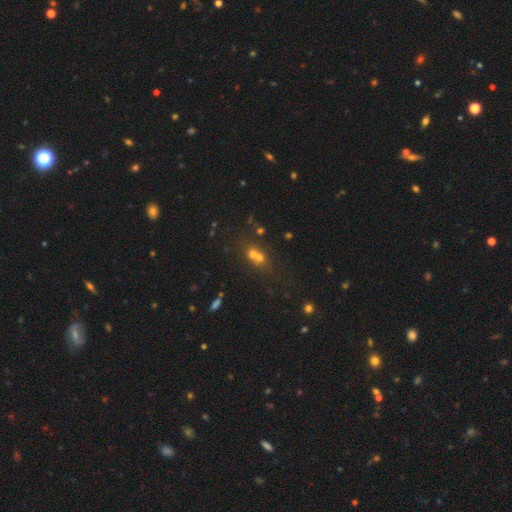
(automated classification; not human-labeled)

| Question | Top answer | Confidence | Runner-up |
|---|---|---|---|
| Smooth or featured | smooth | 57% | featured or disk (22%) |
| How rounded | round | 74% | in between (24%) |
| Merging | merger | 61% | none (30%) |